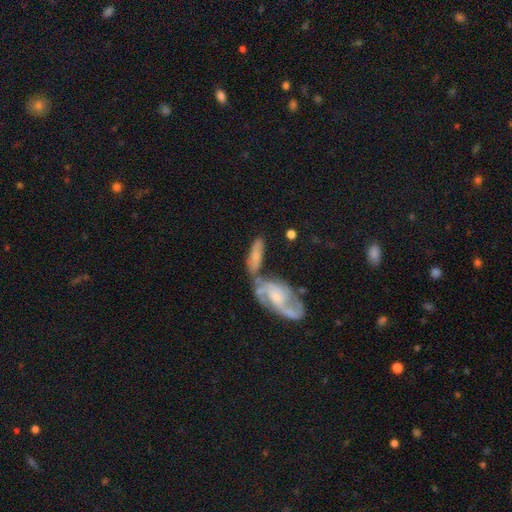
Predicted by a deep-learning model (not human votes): Q: Smooth or featured?
A: smooth (47%); runner-up: featured or disk (46%)
Q: Merging?
A: merger (44%); runner-up: none (35%)